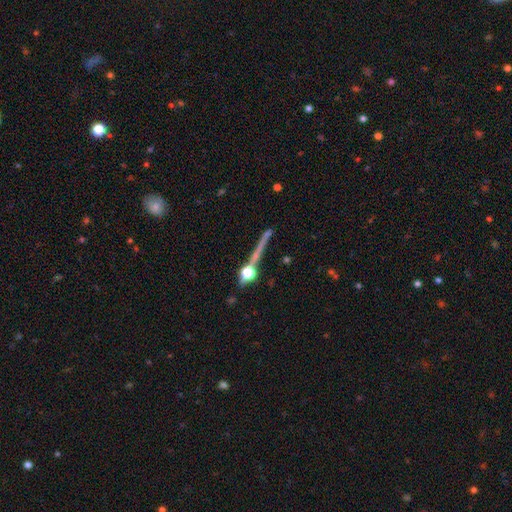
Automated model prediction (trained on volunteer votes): A featured or disk galaxy (45%).

Vote fractions:
- Smooth or featured? featured or disk: 45% / smooth: 31% / star or artifact: 24%
- Merging? none: 70% / merger: 12% / minor disturbance: 11% / major disturbance: 7%